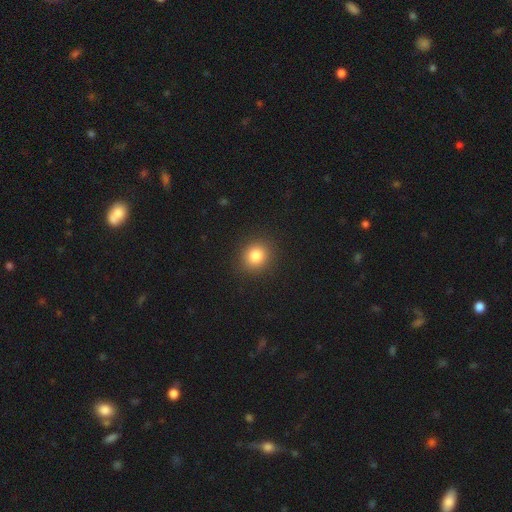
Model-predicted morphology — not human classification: Overall: smooth (83%). How rounded: round (82%). Merging: none (90%).